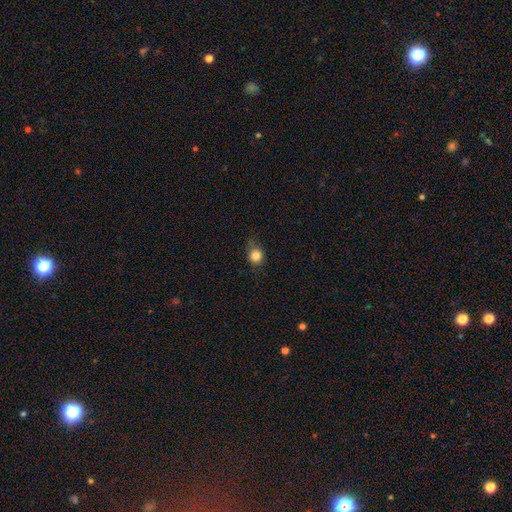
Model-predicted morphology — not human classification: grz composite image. It shows a smooth galaxy with no disk features (82%) that is round (81%). Merging: none (65%).